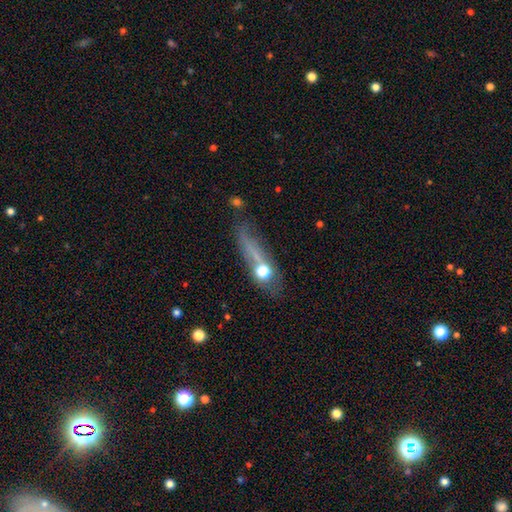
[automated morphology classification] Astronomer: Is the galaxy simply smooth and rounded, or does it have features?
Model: smooth — 51% (runner-up: featured or disk, 33%).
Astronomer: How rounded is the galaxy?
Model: cigar-shaped — 54% (runner-up: in between, 31%).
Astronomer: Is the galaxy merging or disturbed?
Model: none — 46% (runner-up: minor disturbance, 22%).